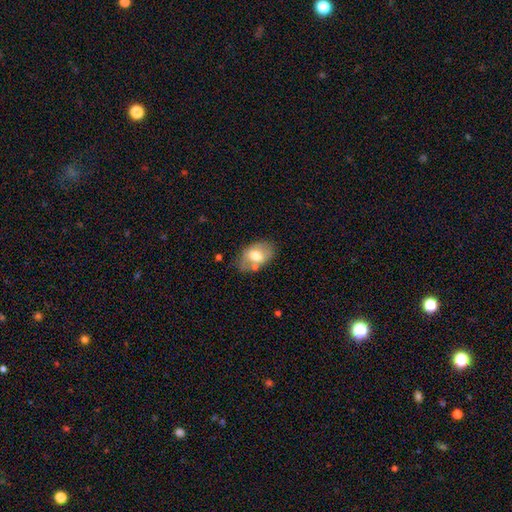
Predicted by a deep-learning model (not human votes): This is likely a smooth galaxy (63%). How rounded: clearly in between (88%). Merging: likely none (65%).